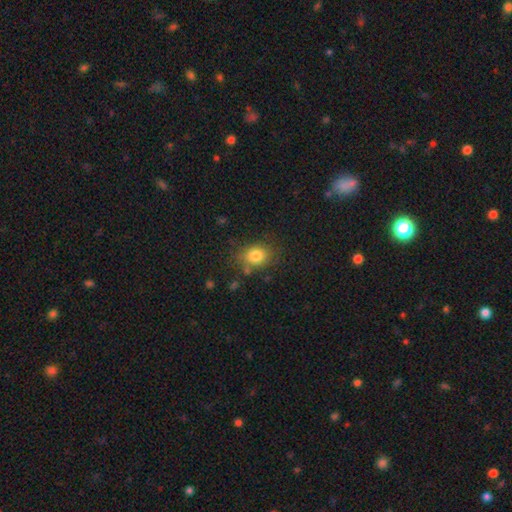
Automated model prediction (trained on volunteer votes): A smooth galaxy with no disk features (81%) that is in between round and cigar-shaped (50%). Merging: none (75%).